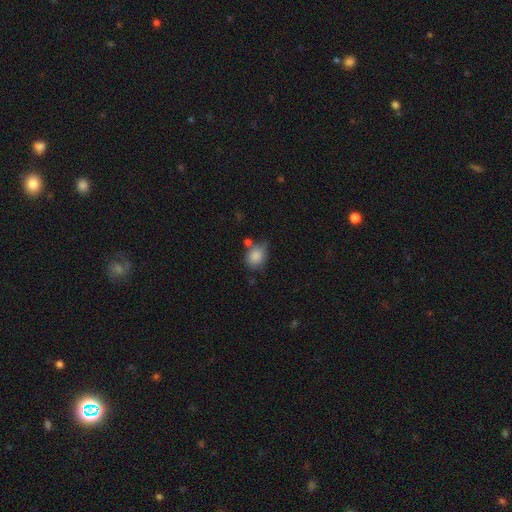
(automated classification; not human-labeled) A smooth galaxy with no disk features (85%) that is round (54%). Merging: none (52%).